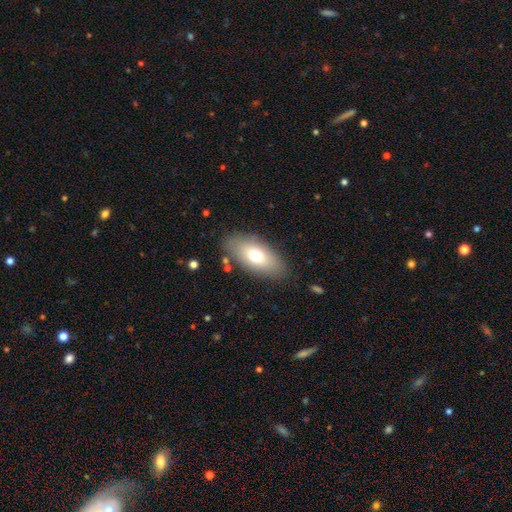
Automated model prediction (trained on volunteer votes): This is likely a smooth galaxy (69%). How rounded: clearly in between (89%). Merging: clearly none (82%).